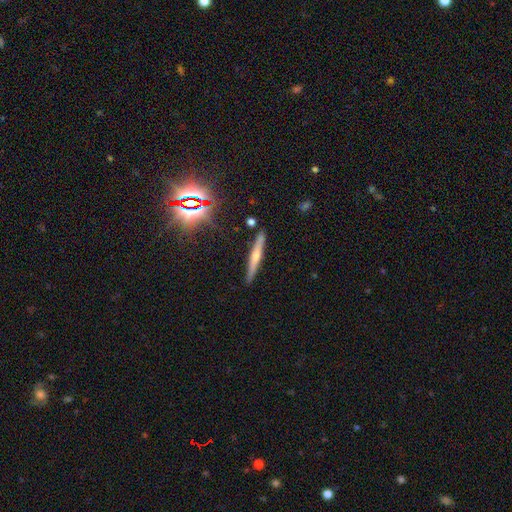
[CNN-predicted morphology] Overall: featured or disk (55%; smooth 32%). Edge-on disk: yes (96%). Edge-on bulge: rounded (71%). Merging: none (88%).